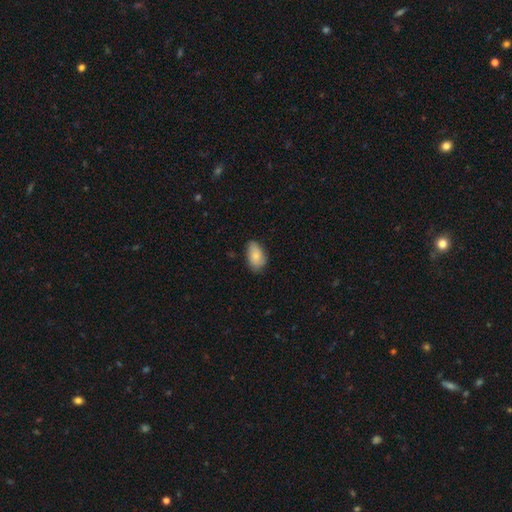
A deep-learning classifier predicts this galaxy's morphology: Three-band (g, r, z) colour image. It shows a smooth galaxy with no disk features (80%) that is in between round and cigar-shaped (92%). Merging: none (72%).